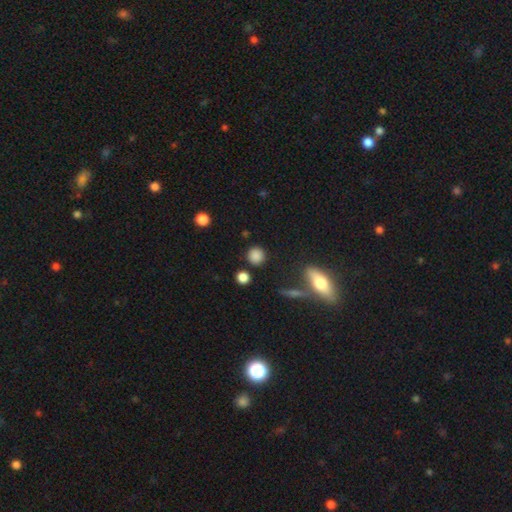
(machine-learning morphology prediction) smooth-or-featured: smooth: 84% | star or artifact: 11% | featured or disk: 5%
  how-rounded: round: 90% | in between: 9% | cigar-shaped: 2%
  merging: none: 84% | minor disturbance: 8% | merger: 5% | major disturbance: 3%